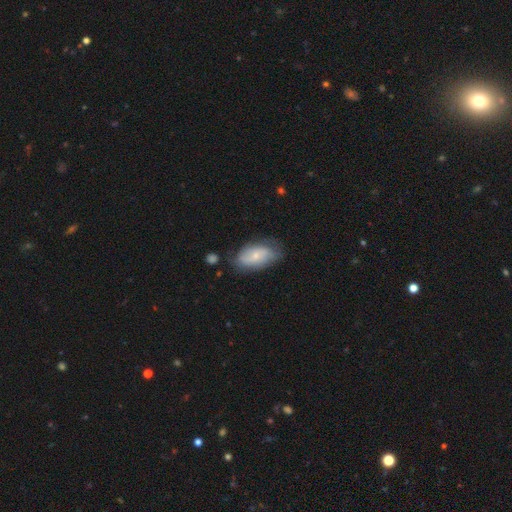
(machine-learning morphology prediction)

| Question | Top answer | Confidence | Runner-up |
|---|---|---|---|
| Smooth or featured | smooth | 52% | featured or disk (41%) |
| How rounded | in between | 92% | round (4%) |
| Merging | none | 65% | minor disturbance (25%) |